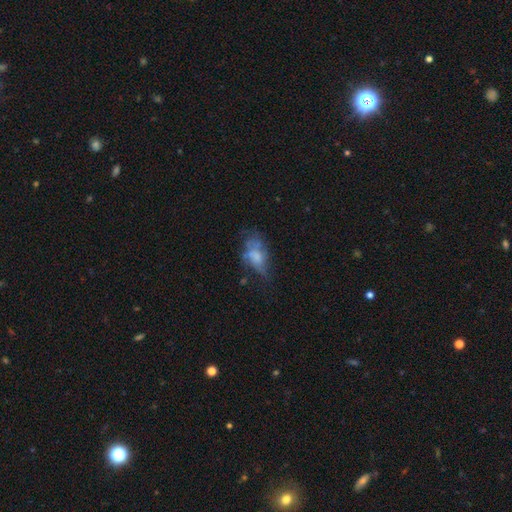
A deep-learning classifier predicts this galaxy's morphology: Smooth or featured?
  - featured or disk: 46% *
  - smooth: 42%
  - star or artifact: 12%
Merging?
  - major disturbance: 34% *
  - none: 33%
  - minor disturbance: 25%
  - merger: 7%